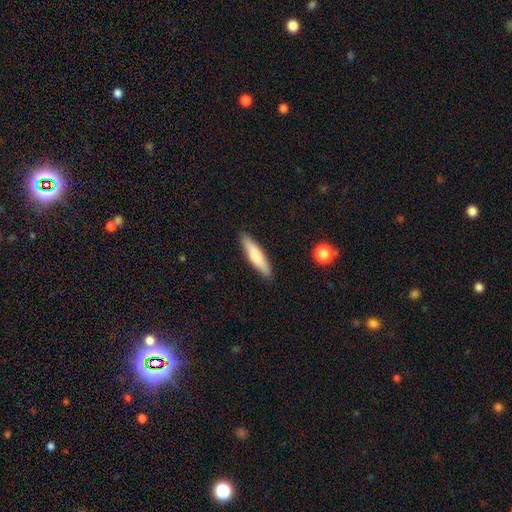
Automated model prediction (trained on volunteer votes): Q: Smooth or featured?
A: smooth (71%); runner-up: featured or disk (23%)
Q: How rounded?
A: cigar-shaped (80%); runner-up: in between (19%)
Q: Merging?
A: none (89%); runner-up: minor disturbance (8%)